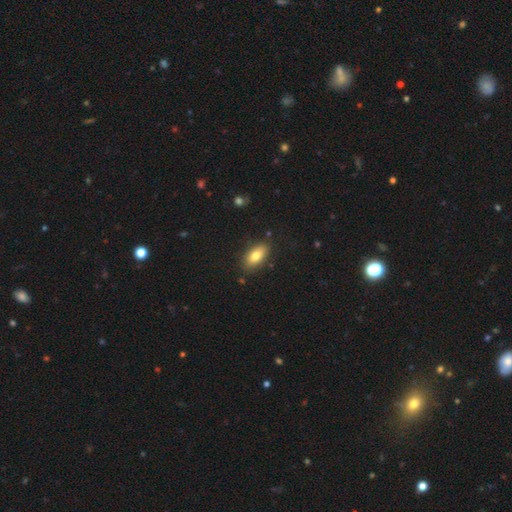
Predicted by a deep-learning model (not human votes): Smooth or featured? Predicted: smooth (p=0.78). How rounded? Predicted: in between (p=0.87). Merging? Predicted: none (p=0.84).